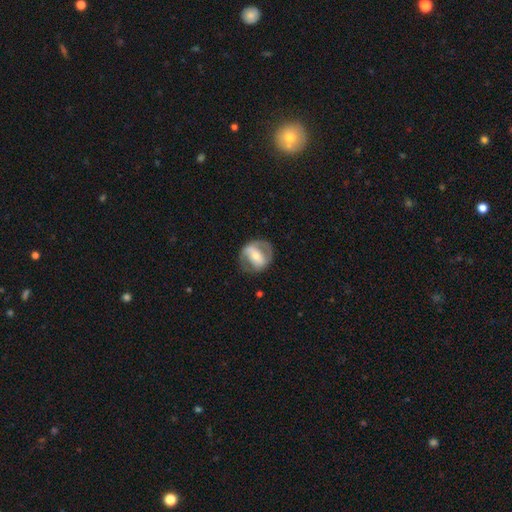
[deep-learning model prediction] smooth_or_featured: featured or disk (p=0.64) [alt: smooth p=0.30]
disk_edge_on: no (p=0.93) [alt: yes p=0.07]
bar: strong (p=0.54) [alt: weak p=0.26]
has_spiral_arms: yes (p=0.53) [alt: no p=0.47]
bulge_size: moderate (p=0.52) [alt: small p=0.38]
merging: none (p=0.69) [alt: minor disturbance p=0.18]